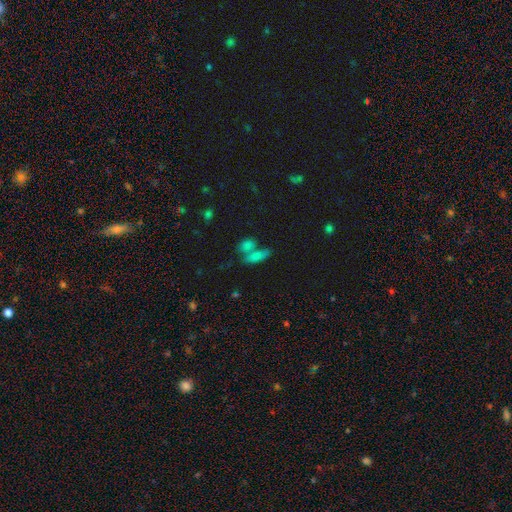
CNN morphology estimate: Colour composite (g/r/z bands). It shows a smooth galaxy with no disk features (75%) that is in between round and cigar-shaped (67%). Merging: merger (46%).